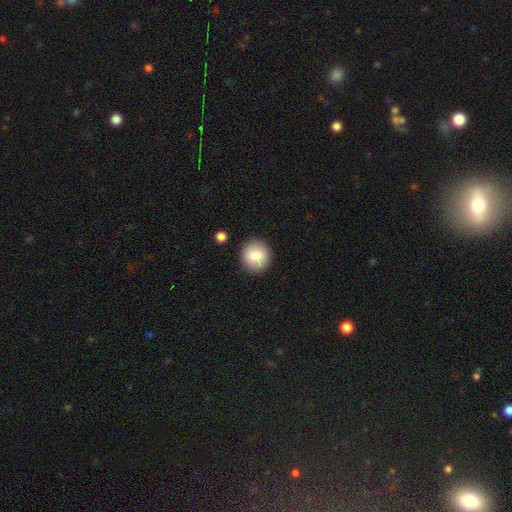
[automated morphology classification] Smooth or featured?
  - smooth: 83% *
  - featured or disk: 9%
  - star or artifact: 8%
How rounded?
  - round: 91% *
  - in between: 8%
  - cigar-shaped: 1%
Merging?
  - none: 88% *
  - minor disturbance: 8%
  - merger: 2%
  - major disturbance: 2%